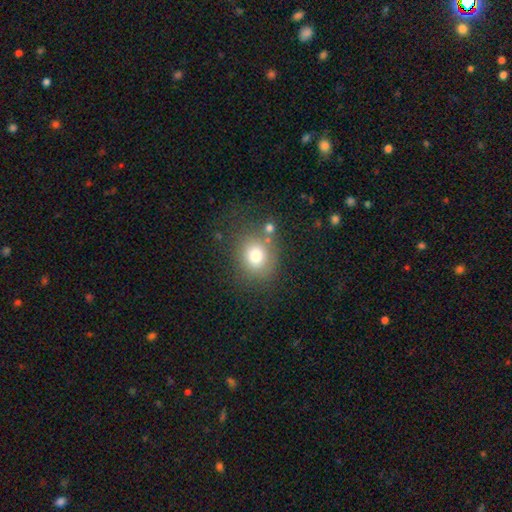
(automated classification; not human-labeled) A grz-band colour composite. It shows a smooth galaxy with no disk features (76%) that is round (72%). Merging: none (69%).